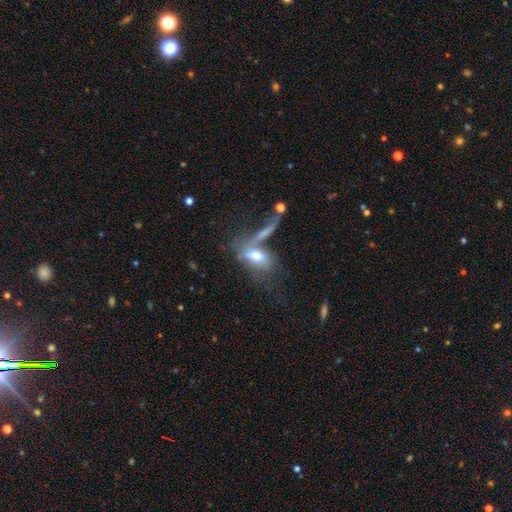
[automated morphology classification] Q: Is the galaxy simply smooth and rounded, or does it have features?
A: smooth — 58%.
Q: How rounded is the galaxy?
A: in between — 79%.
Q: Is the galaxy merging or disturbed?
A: merger — 38%.